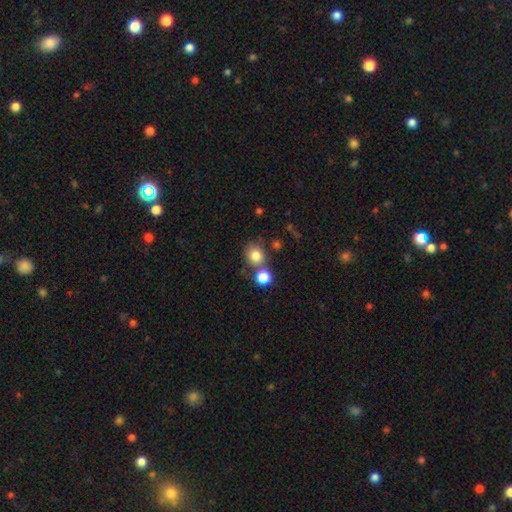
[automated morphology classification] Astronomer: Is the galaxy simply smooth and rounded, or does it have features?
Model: smooth — 82%.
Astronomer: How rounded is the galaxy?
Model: round — 77%.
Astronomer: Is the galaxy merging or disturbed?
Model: none — 61%.